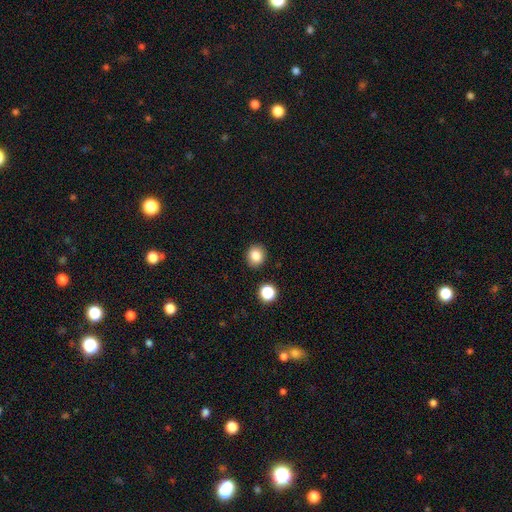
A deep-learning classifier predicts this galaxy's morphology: A smooth galaxy with no disk features (84%) that is round (77%). Merging: none (89%).